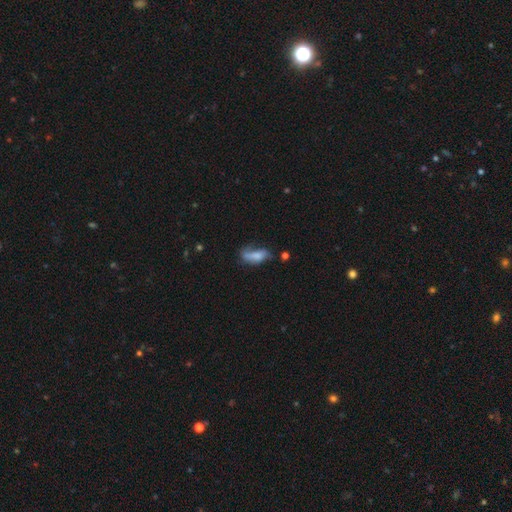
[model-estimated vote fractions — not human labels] smooth 63%, featured or disk 27%, star or artifact 10%. Down the decision tree: how rounded — in between (72%); merging — none (35%).